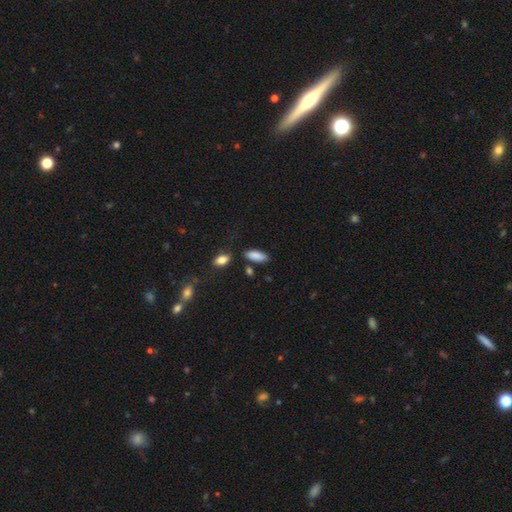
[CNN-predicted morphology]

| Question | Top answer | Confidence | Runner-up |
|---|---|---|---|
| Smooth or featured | smooth | 87% | star or artifact (7%) |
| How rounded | in between | 79% | cigar-shaped (19%) |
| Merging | none | 78% | minor disturbance (14%) |